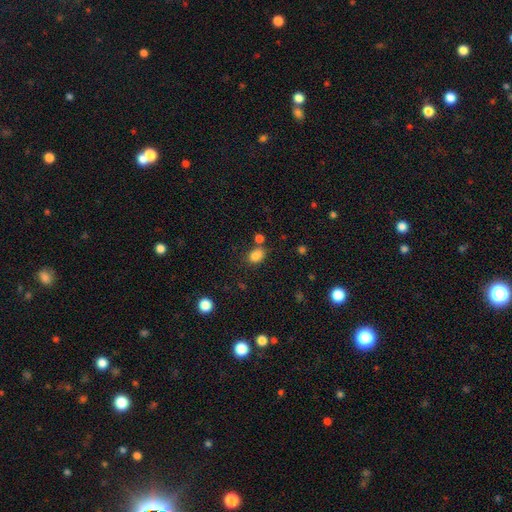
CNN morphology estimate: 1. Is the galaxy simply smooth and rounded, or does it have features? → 83% smooth, 11% star or artifact, 6% featured or disk.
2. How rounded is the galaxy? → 73% in between, 26% round, 1% cigar-shaped.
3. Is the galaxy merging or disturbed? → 64% none, 16% merger, 15% minor disturbance, 5% major disturbance.